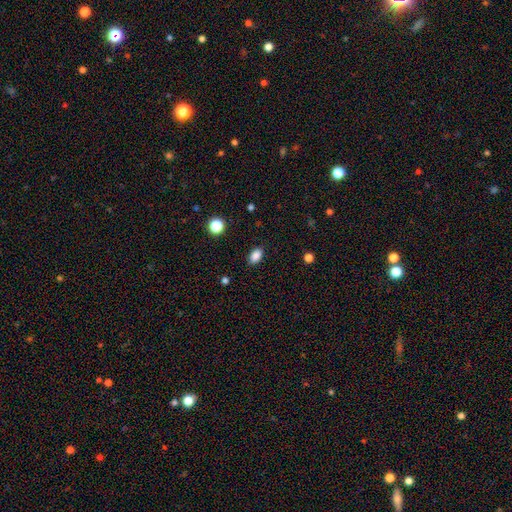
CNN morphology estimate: smooth-or-featured: smooth: 87% | star or artifact: 10% | featured or disk: 4%
  how-rounded: in between: 88% | round: 10% | cigar-shaped: 2%
  merging: none: 88% | minor disturbance: 9% | major disturbance: 2% | merger: 1%